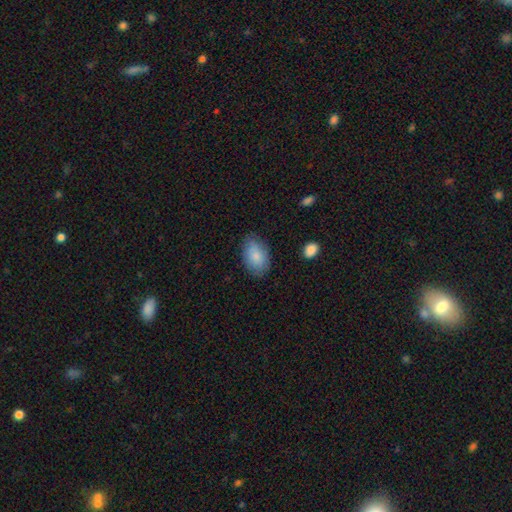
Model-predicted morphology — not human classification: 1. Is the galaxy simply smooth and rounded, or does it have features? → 83% smooth, 11% featured or disk, 6% star or artifact.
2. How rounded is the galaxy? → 90% in between, 8% round, 1% cigar-shaped.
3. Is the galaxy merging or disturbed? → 78% none, 16% minor disturbance, 4% major disturbance, 1% merger.